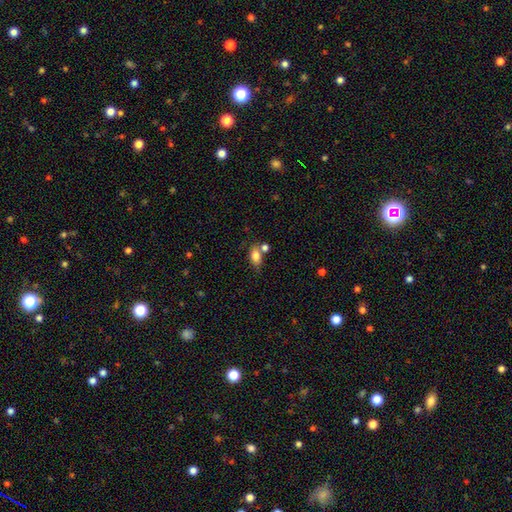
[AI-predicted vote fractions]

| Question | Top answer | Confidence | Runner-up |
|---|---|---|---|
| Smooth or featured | smooth | 81% | featured or disk (10%) |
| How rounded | in between | 86% | round (11%) |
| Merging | none | 54% | merger (25%) |